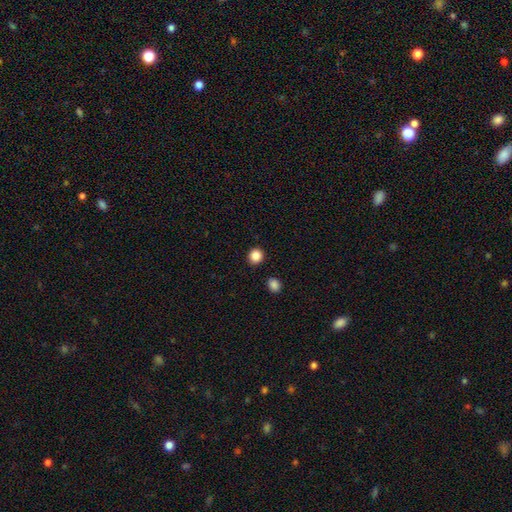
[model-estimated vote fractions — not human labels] smooth 87%, star or artifact 10%, featured or disk 3%. Down the decision tree: how rounded — round (87%); merging — none (91%).